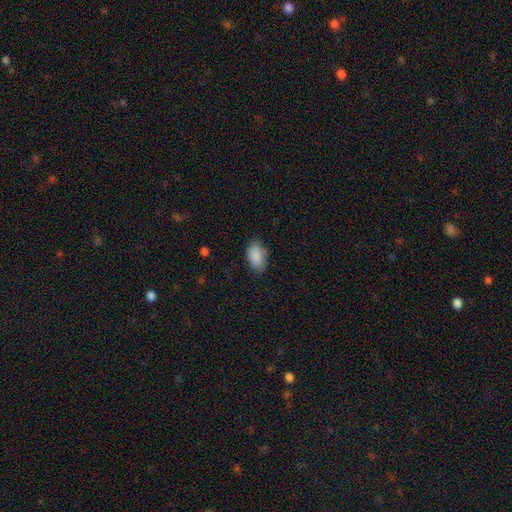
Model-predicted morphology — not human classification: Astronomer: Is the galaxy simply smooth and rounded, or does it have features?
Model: smooth — 89%.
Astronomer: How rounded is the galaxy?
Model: in between — 93%.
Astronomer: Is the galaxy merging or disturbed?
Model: none — 78%.